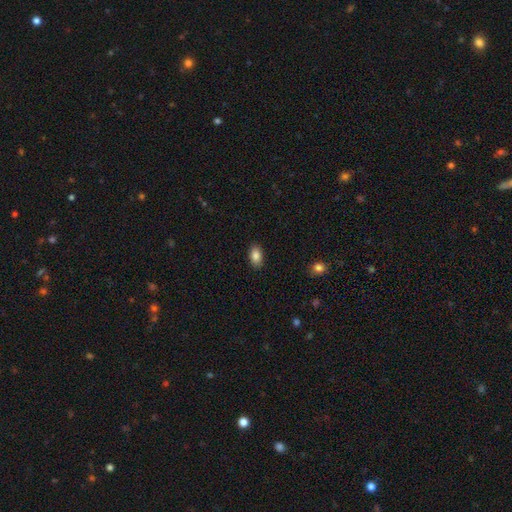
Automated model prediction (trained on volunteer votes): A smooth galaxy with no disk features (87%) that is in between round and cigar-shaped (90%).

Vote fractions:
- Smooth or featured? smooth: 87% / star or artifact: 8% / featured or disk: 5%
- How rounded? in between: 90% / round: 8% / cigar-shaped: 2%
- Merging? none: 88% / minor disturbance: 9% / major disturbance: 2% / merger: 1%